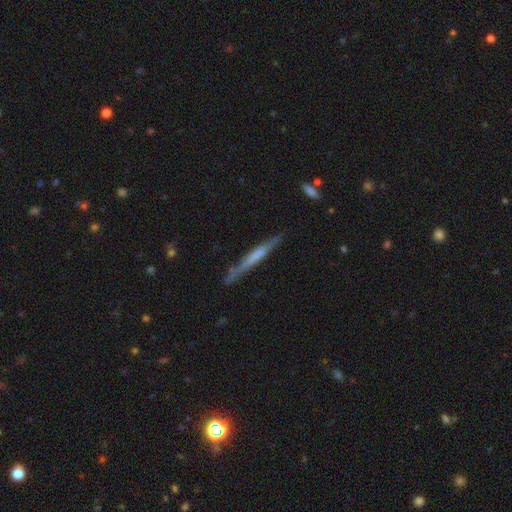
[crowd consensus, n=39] smooth_or_featured: smooth (p=0.49) [tied with: featured or disk p=0.49]
how_rounded: cigar-shaped (p=1.00)
merging: none (p=0.74) [alt: minor disturbance p=0.21]